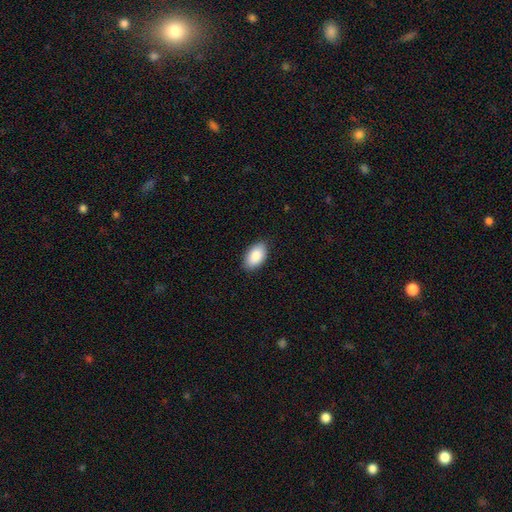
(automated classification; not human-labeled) Smooth or featured: smooth — 89% (star or artifact — 6%)
How rounded: in between — 95% (round — 4%)
Merging: none — 87% (minor disturbance — 10%)